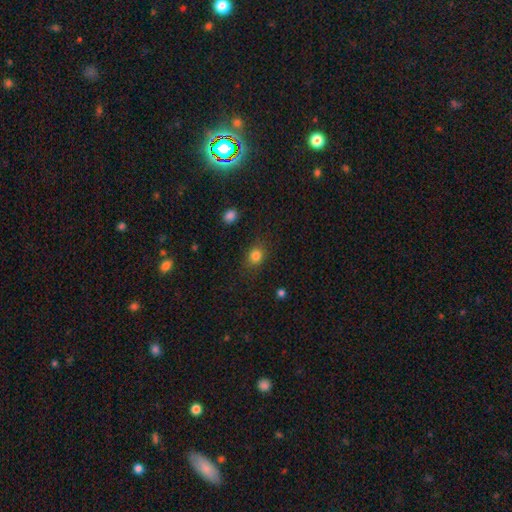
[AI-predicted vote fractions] Smooth or featured: smooth — 82% (star or artifact — 12%)
How rounded: round — 61% (in between — 38%)
Merging: none — 82% (minor disturbance — 12%)